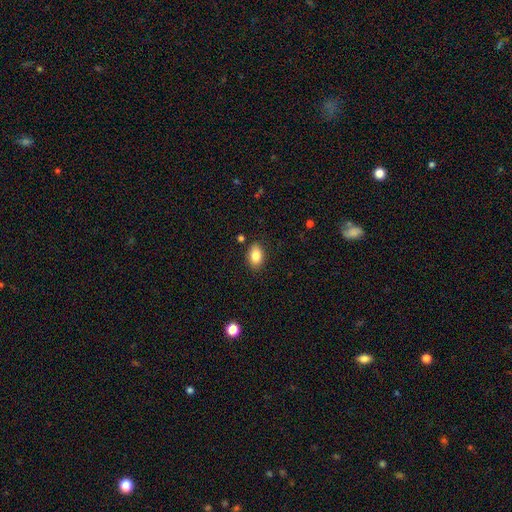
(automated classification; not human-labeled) Smooth or featured?
  - smooth: 85% *
  - star or artifact: 8%
  - featured or disk: 7%
How rounded?
  - in between: 88% *
  - round: 11%
  - cigar-shaped: 2%
Merging?
  - none: 86% *
  - minor disturbance: 10%
  - major disturbance: 2%
  - merger: 2%